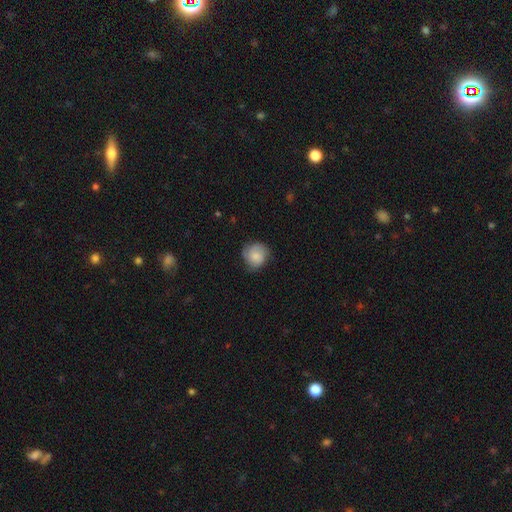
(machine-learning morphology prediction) A smooth galaxy with no disk features (66%) that is round (81%). Merging: none (67%).